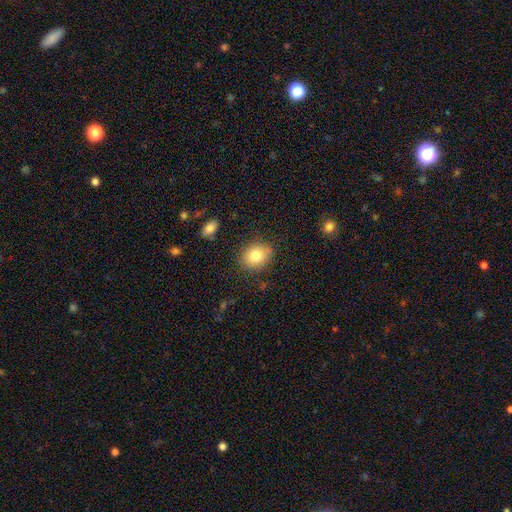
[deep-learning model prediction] Smooth or featured? smooth (81%)
How rounded? round (57%)
Merging? none (81%)